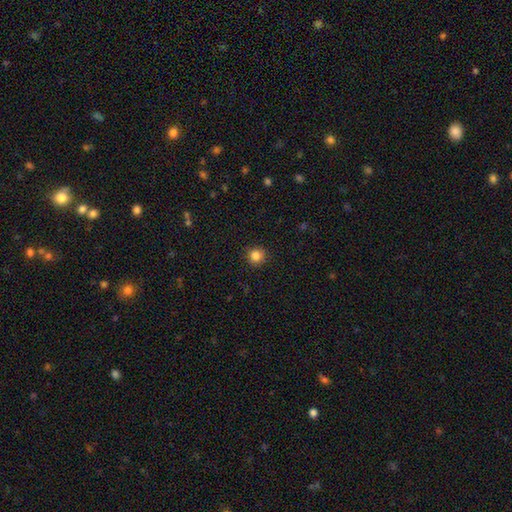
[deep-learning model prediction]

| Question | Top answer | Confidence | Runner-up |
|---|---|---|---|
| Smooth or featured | smooth | 85% | star or artifact (11%) |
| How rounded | round | 92% | in between (7%) |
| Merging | none | 90% | minor disturbance (7%) |